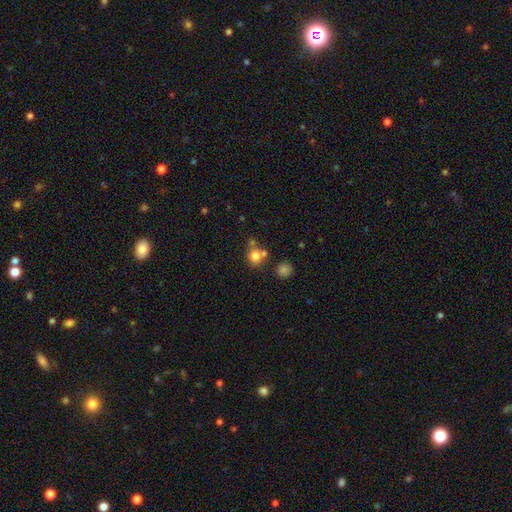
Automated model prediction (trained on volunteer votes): smooth_or_featured: smooth (p=0.78) [alt: star or artifact p=0.13]
how_rounded: round (p=0.84) [alt: in between p=0.15]
merging: none (p=0.59) [alt: merger p=0.29]